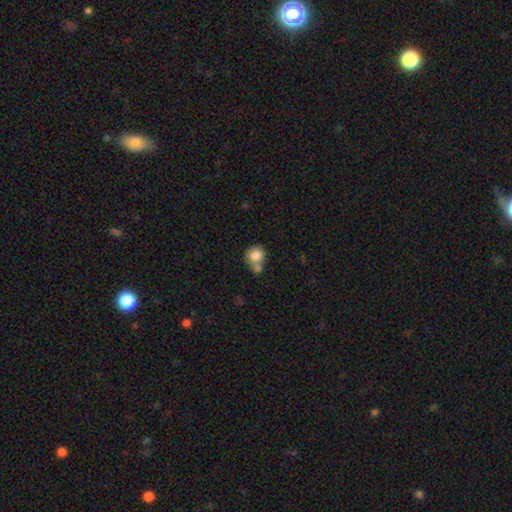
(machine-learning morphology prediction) smooth_or_featured: smooth (p=0.82) [alt: featured or disk p=0.10]
how_rounded: round (p=0.80) [alt: in between p=0.19]
merging: none (p=0.44) [alt: merger p=0.41]